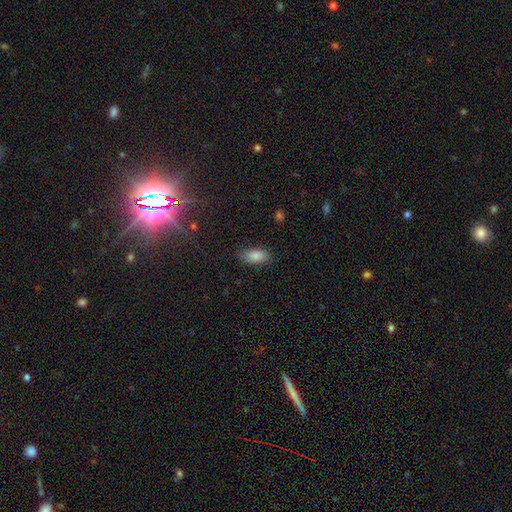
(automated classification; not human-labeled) Morphology: type=smooth (87%); roundness=in between (90%); merging=none (82%).